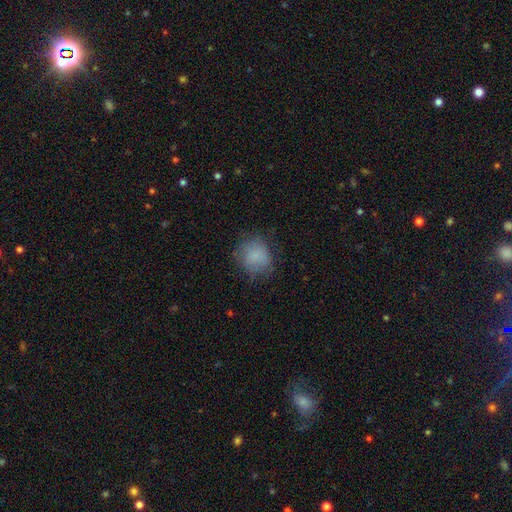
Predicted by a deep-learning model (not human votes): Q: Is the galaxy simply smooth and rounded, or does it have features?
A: smooth — 79%.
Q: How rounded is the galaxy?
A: round — 80%.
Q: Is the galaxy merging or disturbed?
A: none — 68%.